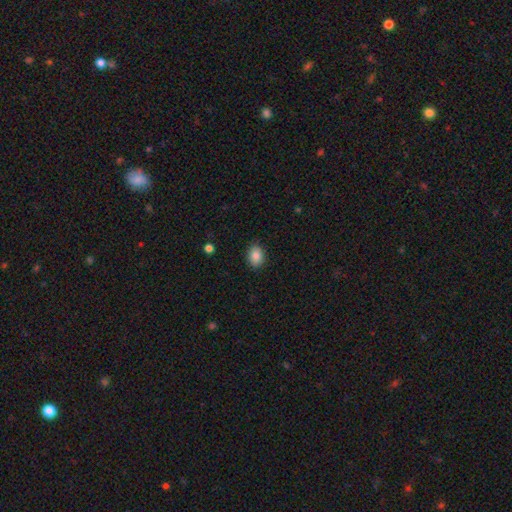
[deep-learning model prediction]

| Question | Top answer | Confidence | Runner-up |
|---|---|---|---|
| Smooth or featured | smooth | 86% | star or artifact (8%) |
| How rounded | in between | 72% | round (27%) |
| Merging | none | 86% | minor disturbance (10%) |